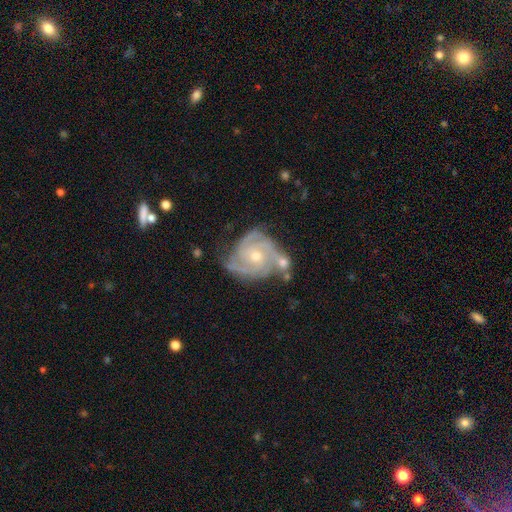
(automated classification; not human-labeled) Q: Smooth or featured?
A: featured or disk (89%); runner-up: smooth (7%)
Q: Edge-on disk?
A: no (98%); runner-up: yes (2%)
Q: Bar?
A: no (71%); runner-up: weak (24%)
Q: Spiral arms?
A: yes (97%); runner-up: no (3%)
Q: Spiral winding?
A: tight (61%); runner-up: medium (33%)
Q: Spiral arm count?
A: 3 (52%); runner-up: 4 (15%)
Q: Bulge size?
A: moderate (53%); runner-up: small (44%)
Q: Merging?
A: none (52%); runner-up: minor disturbance (23%)